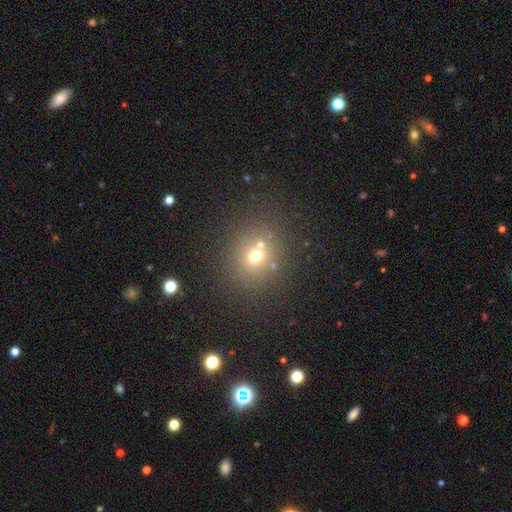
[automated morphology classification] smooth 62%, star or artifact 24%, featured or disk 14%. Down the decision tree: how rounded — round (79%); merging — none (70%).